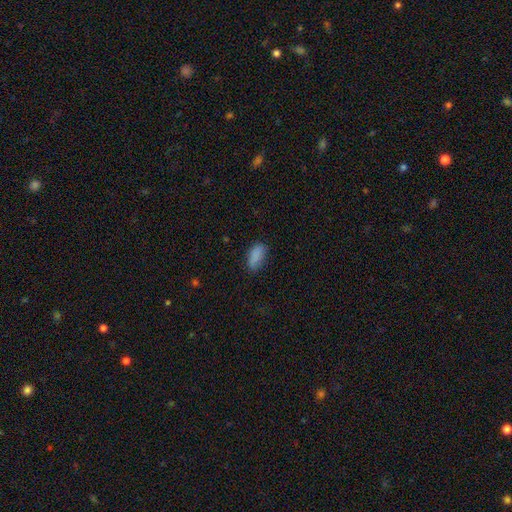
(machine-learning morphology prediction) Smooth or featured?
  - smooth: 86% *
  - star or artifact: 9%
  - featured or disk: 5%
How rounded?
  - in between: 90% *
  - cigar-shaped: 7%
  - round: 3%
Merging?
  - none: 75% *
  - minor disturbance: 19%
  - major disturbance: 5%
  - merger: 1%